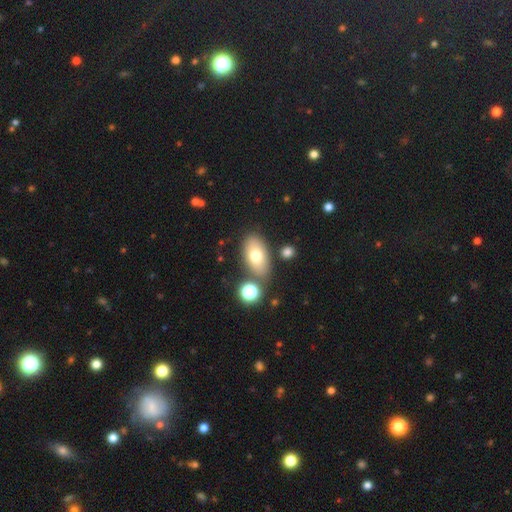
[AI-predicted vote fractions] Morphology: type=smooth (72%); roundness=in between (89%); merging=none (76%).